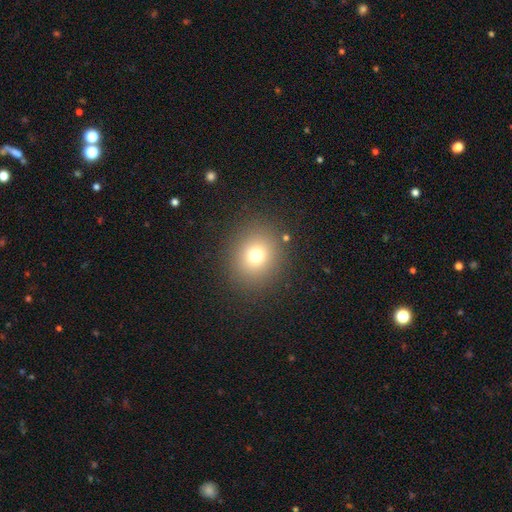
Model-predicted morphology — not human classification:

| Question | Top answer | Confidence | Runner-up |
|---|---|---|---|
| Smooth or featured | smooth | 73% | star or artifact (17%) |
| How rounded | round | 81% | in between (18%) |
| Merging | none | 87% | minor disturbance (7%) |